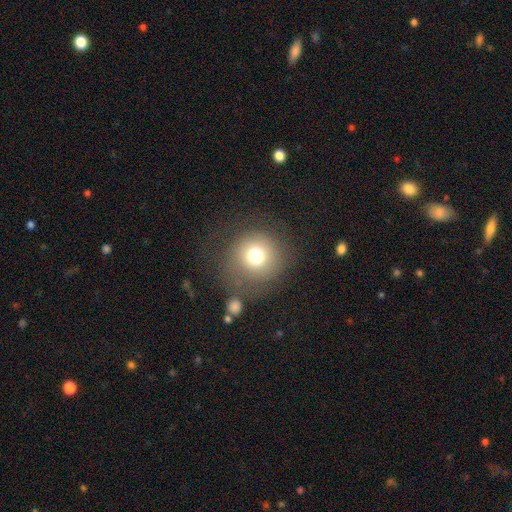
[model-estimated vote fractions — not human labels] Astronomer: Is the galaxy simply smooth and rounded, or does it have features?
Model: smooth — 74%.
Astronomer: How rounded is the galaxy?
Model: round — 93%.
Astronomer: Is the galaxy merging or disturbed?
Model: none — 67%.